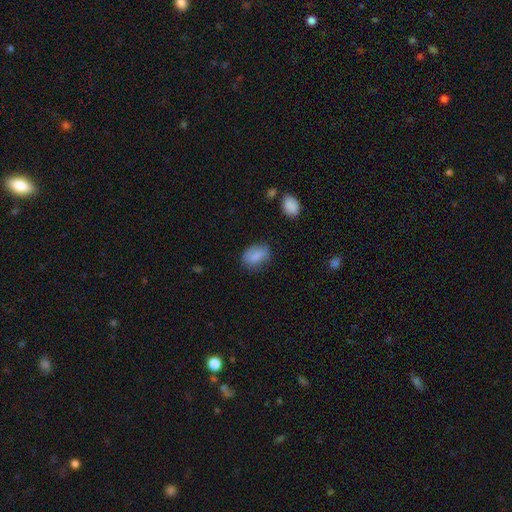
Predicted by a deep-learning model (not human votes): The model was most divided on "merging": none: 72%, minor disturbance: 21%, major disturbance: 5%, merger: 2%. More confident: how rounded — in between (83%); smooth or featured — smooth (82%).